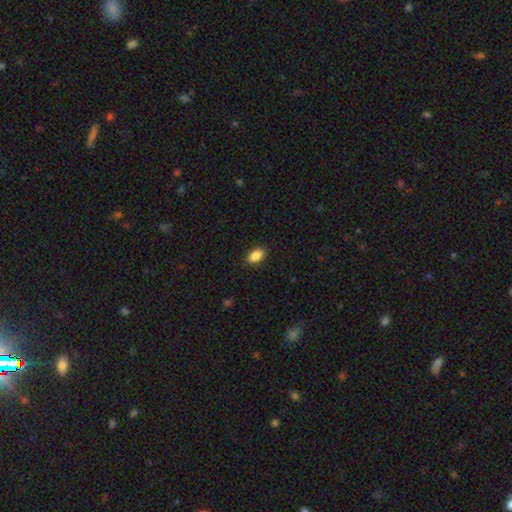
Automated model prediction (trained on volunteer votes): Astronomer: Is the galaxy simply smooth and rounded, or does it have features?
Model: smooth — 89%.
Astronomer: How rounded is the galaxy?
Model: in between — 91%.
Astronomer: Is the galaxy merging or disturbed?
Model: none — 89%.